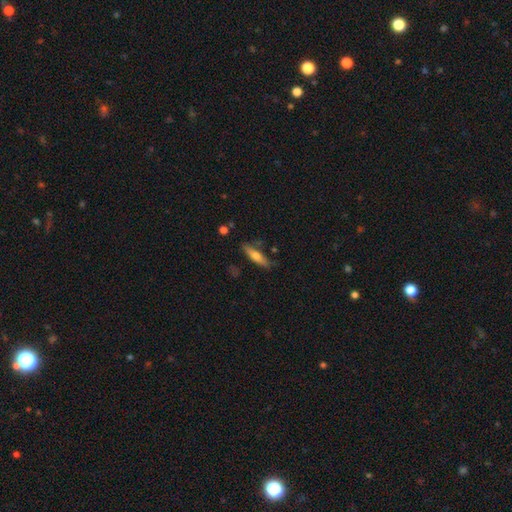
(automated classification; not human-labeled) The model was most divided on "smooth or featured": smooth: 60%, featured or disk: 33%, star or artifact: 7%. More confident: merging — none (77%); how rounded — cigar-shaped (69%).